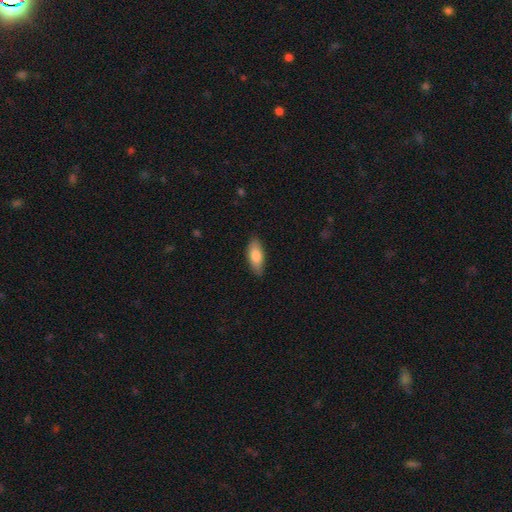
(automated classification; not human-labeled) The model was most divided on "how rounded": in between: 80%, cigar-shaped: 18%, round: 2%. More confident: merging — none (84%); smooth or featured — smooth (79%).